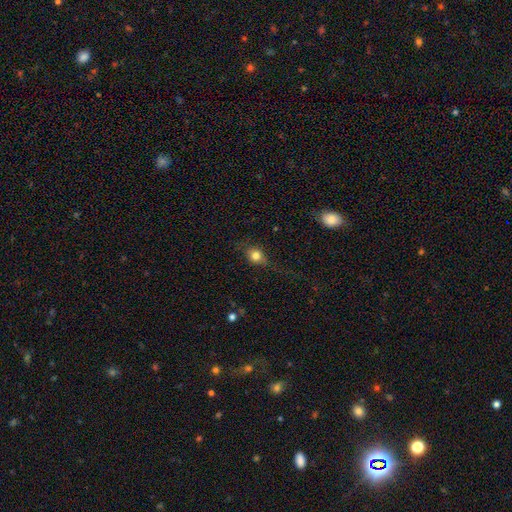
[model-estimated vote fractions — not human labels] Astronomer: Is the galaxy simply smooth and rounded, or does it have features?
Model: smooth — 73%.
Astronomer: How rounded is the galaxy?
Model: round — 63%.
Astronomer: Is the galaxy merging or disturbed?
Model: none — 68%.